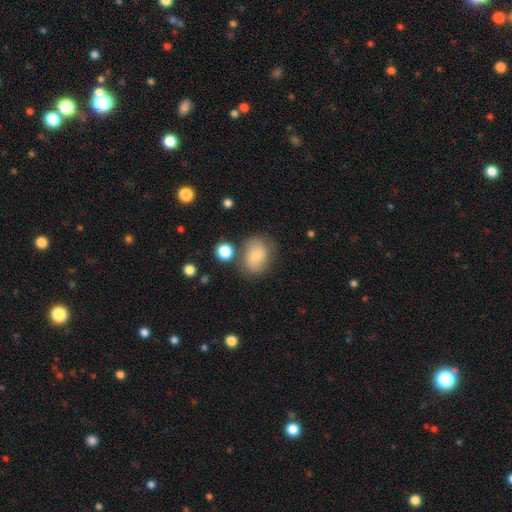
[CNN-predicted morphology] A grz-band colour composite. It shows a smooth galaxy with no disk features (73%) that is in between round and cigar-shaped (60%). Merging: none (66%).